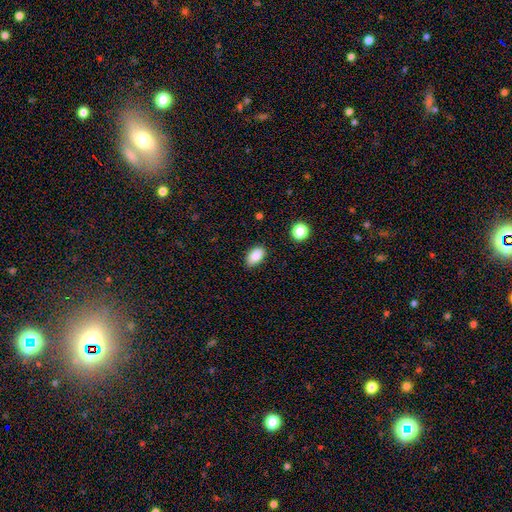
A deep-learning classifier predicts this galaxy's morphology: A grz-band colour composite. It shows a smooth galaxy with no disk features (87%) that is in between round and cigar-shaped (91%). Merging: none (84%).